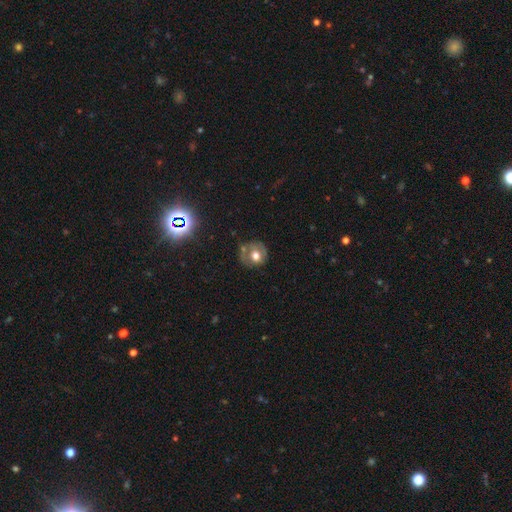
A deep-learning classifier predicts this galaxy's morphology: smooth-or-featured: smooth: 50% | featured or disk: 40% | star or artifact: 10%
  merging: none: 58% | minor disturbance: 23% | major disturbance: 11% | merger: 8%